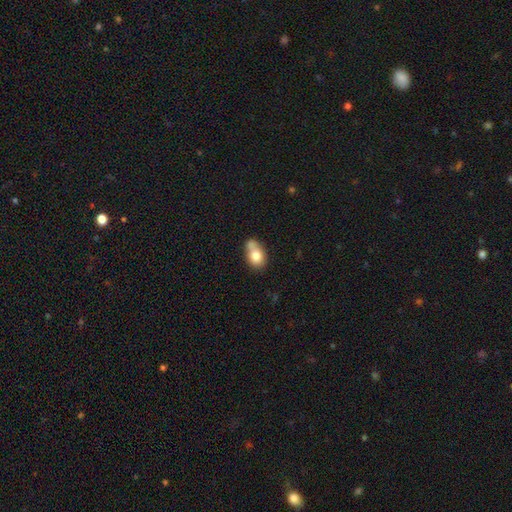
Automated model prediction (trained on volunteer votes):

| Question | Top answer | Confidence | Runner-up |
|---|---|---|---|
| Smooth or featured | smooth | 77% | featured or disk (15%) |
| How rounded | in between | 73% | round (25%) |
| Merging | none | 37% | tied: merger (37%) |